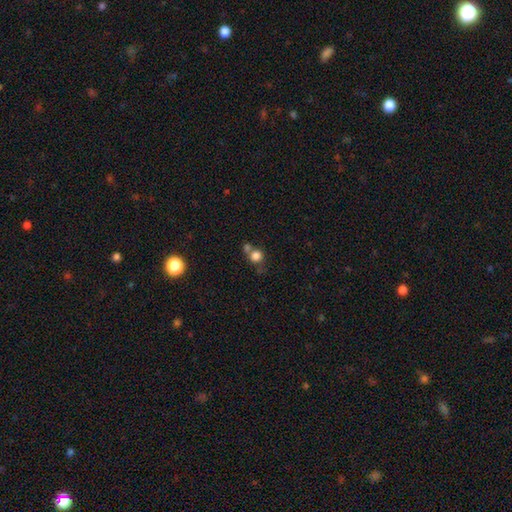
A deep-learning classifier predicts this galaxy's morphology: A smooth galaxy with no disk features (78%) that is round (84%).

Vote fractions:
- Smooth or featured? smooth: 78% / star or artifact: 13% / featured or disk: 9%
- How rounded? round: 84% / in between: 15% / cigar-shaped: 1%
- Merging? none: 43% / merger: 41% / minor disturbance: 10% / major disturbance: 6%